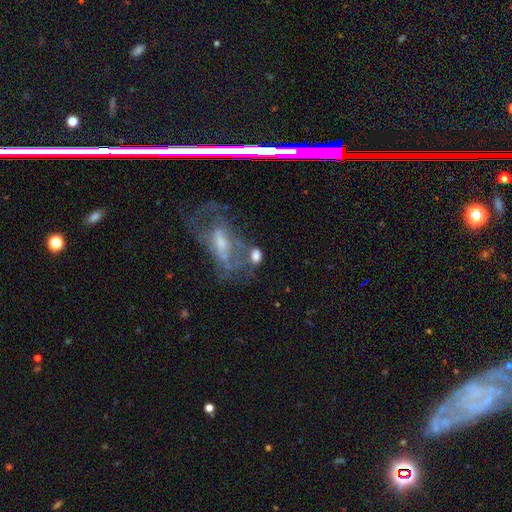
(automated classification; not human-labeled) Smooth or featured: smooth — 55% (featured or disk — 32%)
How rounded: in between — 75% (round — 20%)
Merging: none — 33% (merger — 27%)